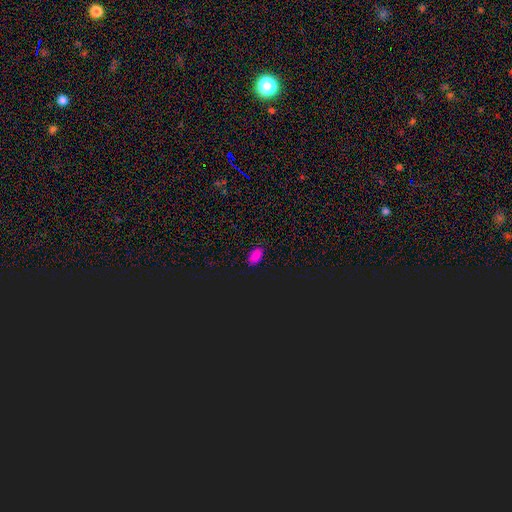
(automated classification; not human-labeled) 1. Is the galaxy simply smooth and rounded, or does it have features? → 75% smooth, 21% star or artifact, 4% featured or disk.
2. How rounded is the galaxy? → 92% in between, 6% round, 2% cigar-shaped.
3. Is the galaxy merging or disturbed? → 87% none, 10% minor disturbance, 2% major disturbance, 1% merger.